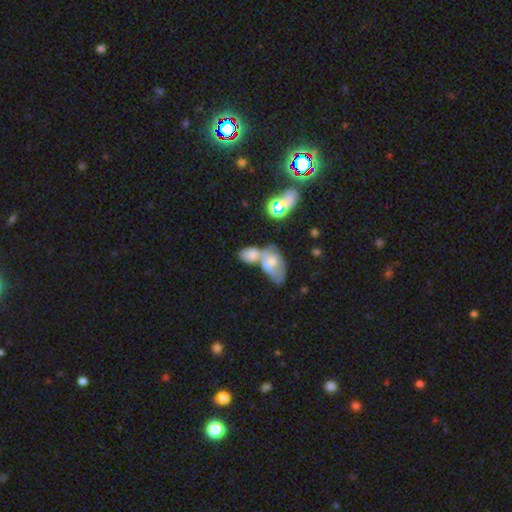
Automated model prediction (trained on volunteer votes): Q: Smooth or featured?
A: smooth (51%); runner-up: featured or disk (33%)
Q: How rounded?
A: in between (81%); runner-up: round (15%)
Q: Merging?
A: merger (65%); runner-up: none (19%)